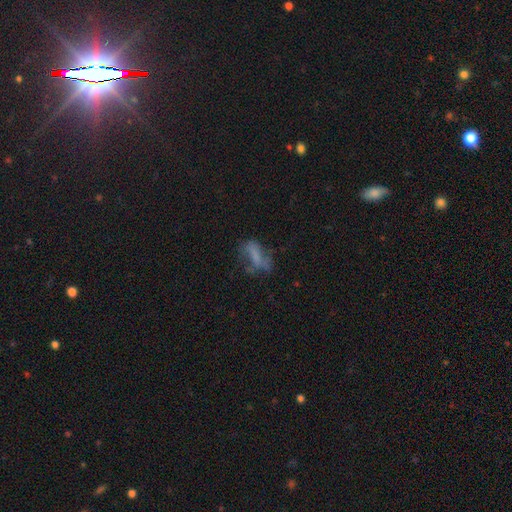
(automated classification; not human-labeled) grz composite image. It shows a smooth galaxy with no disk features (46%). Merging: none (38%).